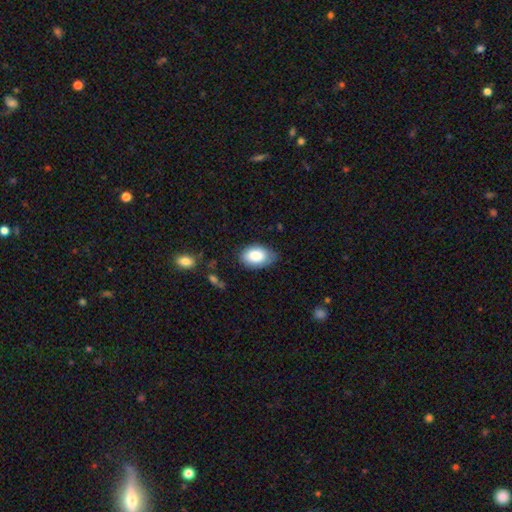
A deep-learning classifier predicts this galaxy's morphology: Q: Smooth or featured?
A: smooth (86%); runner-up: featured or disk (7%)
Q: How rounded?
A: in between (90%); runner-up: round (9%)
Q: Merging?
A: none (69%); runner-up: minor disturbance (24%)